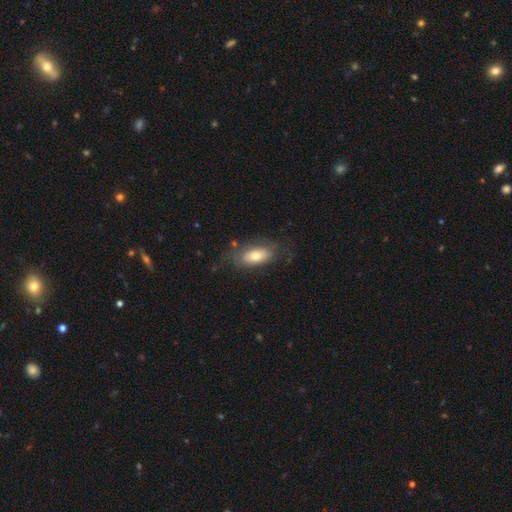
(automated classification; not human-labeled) The model was most divided on "smooth or featured": smooth: 65%, featured or disk: 28%, star or artifact: 7%. More confident: how rounded — in between (87%); merging — none (67%).